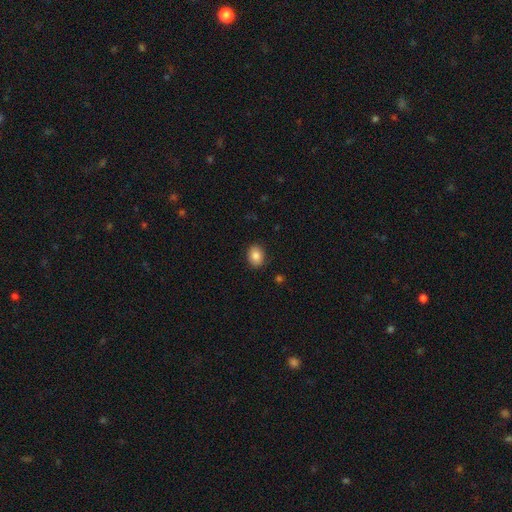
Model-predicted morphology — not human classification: This appears to be a smooth galaxy with no disk features (85%) that is in between round and cigar-shaped (57%). Merging: none (88%).